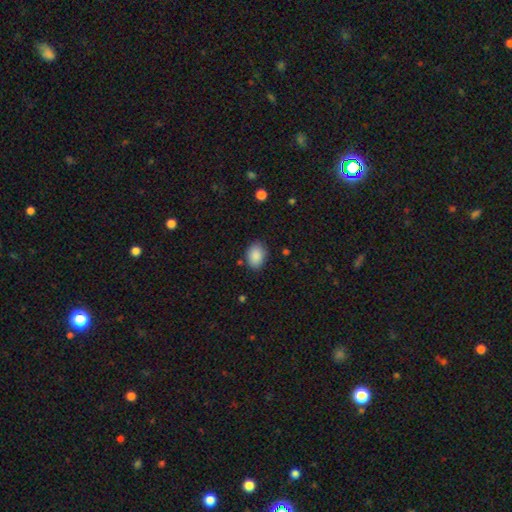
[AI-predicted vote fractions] smooth-or-featured: smooth: 89% | star or artifact: 7% | featured or disk: 4%
  how-rounded: in between: 81% | round: 18% | cigar-shaped: 1%
  merging: none: 82% | minor disturbance: 14% | major disturbance: 3% | merger: 2%